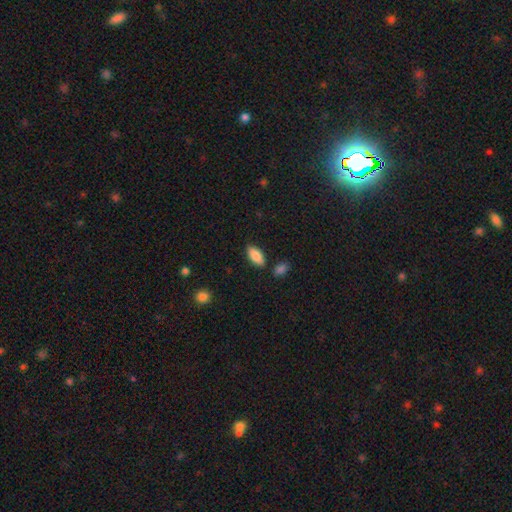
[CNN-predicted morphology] smooth_or_featured: smooth (p=0.84) [alt: featured or disk p=0.09]
how_rounded: in between (p=0.87) [alt: cigar-shaped p=0.11]
merging: none (p=0.82) [alt: minor disturbance p=0.11]